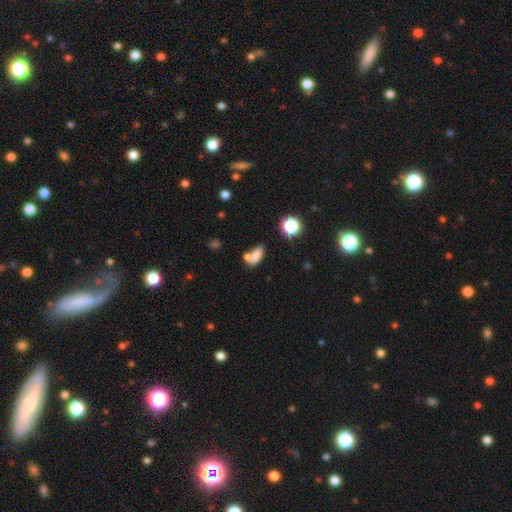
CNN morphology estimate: This is likely a smooth galaxy (72%). How rounded: likely in between (80%). Merging: marginally merger (43%).